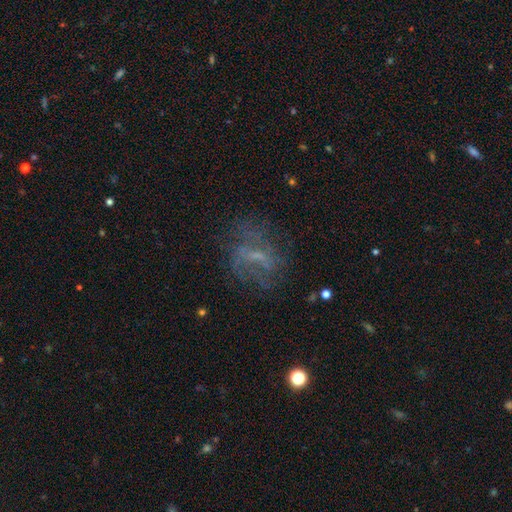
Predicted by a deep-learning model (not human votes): Smooth or featured?
  - featured or disk: 55% *
  - smooth: 27%
  - star or artifact: 18%
Edge-on disk?
  - no: 94% *
  - yes: 6%
Bar?
  - weak: 42% *
  - no: 41%
  - strong: 17%
Spiral arms?
  - no: 54% *
  - yes: 46%
Bulge size?
  - small: 42% *
  - none: 38%
  - moderate: 17%
  - large: 2%
  - dominant: 1%
Merging?
  - none: 56% *
  - major disturbance: 23%
  - minor disturbance: 18%
  - merger: 3%